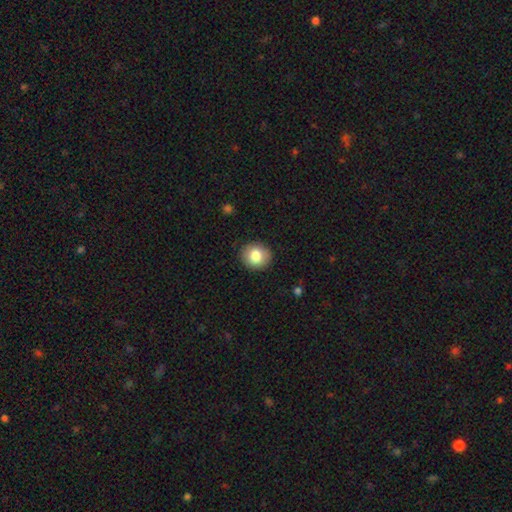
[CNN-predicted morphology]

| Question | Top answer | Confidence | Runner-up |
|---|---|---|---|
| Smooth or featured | smooth | 82% | featured or disk (9%) |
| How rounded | round | 84% | in between (15%) |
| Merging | none | 89% | minor disturbance (8%) |